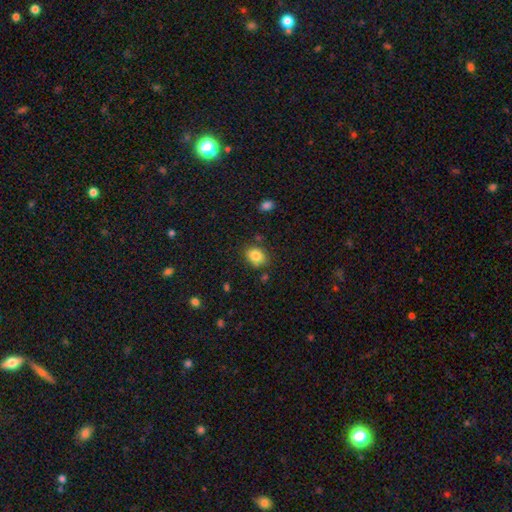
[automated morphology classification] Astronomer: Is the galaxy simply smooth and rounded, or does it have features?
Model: smooth — 84%.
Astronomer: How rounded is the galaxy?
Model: in between — 67%.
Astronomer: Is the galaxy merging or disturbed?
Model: none — 77%.